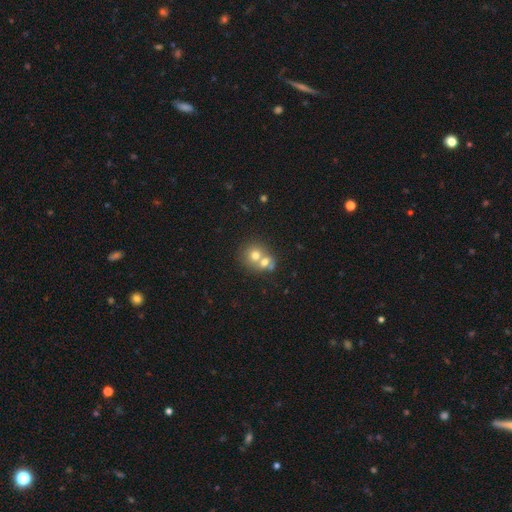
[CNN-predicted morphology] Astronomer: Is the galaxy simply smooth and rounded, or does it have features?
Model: smooth — 68%.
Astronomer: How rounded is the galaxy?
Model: round — 74%.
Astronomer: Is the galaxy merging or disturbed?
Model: merger — 65%.